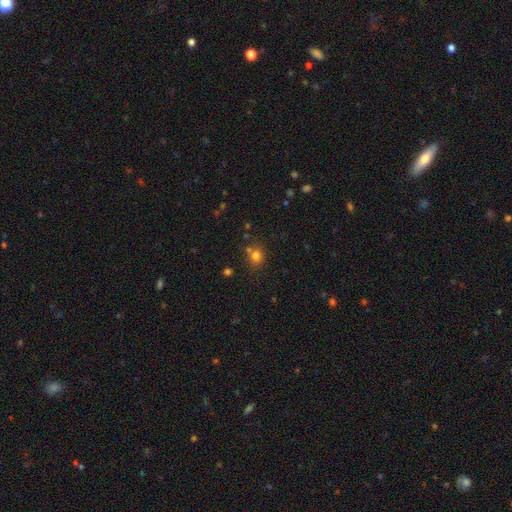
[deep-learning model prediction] smooth_or_featured: smooth (p=0.77) [alt: star or artifact p=0.16]
how_rounded: round (p=0.73) [alt: in between p=0.26]
merging: none (p=0.67) [alt: merger p=0.17]